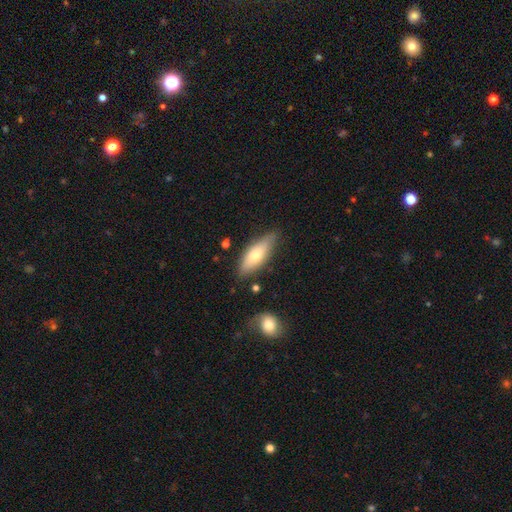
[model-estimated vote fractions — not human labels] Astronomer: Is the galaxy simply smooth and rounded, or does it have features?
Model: smooth — 63%.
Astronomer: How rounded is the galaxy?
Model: in between — 63%.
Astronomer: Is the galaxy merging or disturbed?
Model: none — 76%.